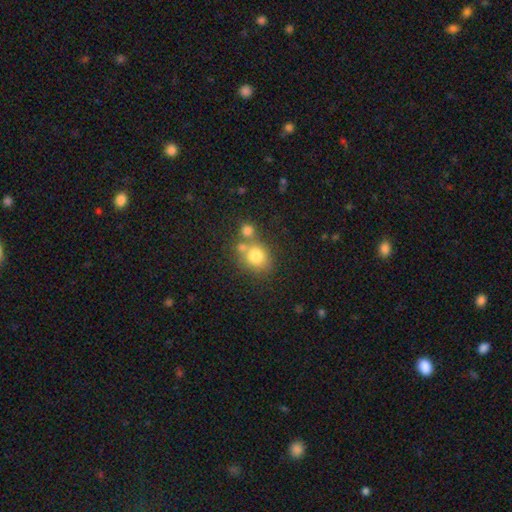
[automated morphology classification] Smooth or featured: smooth — 78% (star or artifact — 11%)
How rounded: round — 72% (in between — 27%)
Merging: none — 54% (merger — 29%)